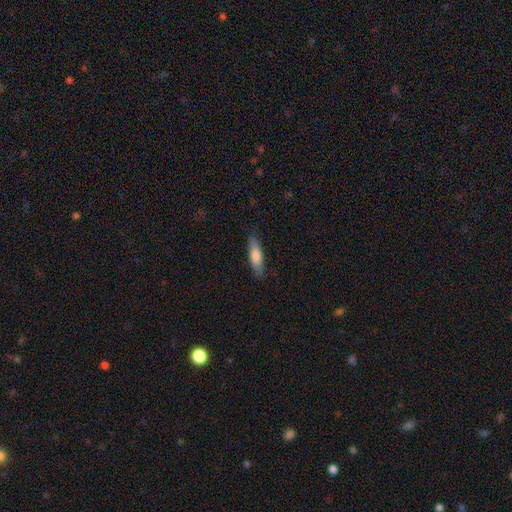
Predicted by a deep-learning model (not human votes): smooth 75%, featured or disk 19%, star or artifact 6%. Down the decision tree: how rounded — cigar-shaped (61%); merging — none (86%).